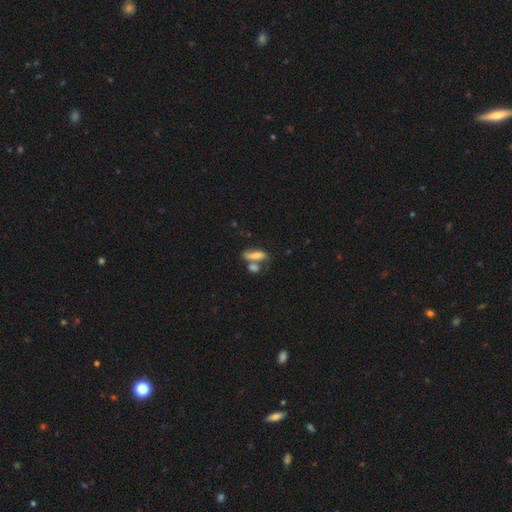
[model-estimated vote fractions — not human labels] Smooth or featured: smooth — 70% (featured or disk — 20%)
How rounded: in between — 53% (cigar-shaped — 42%)
Merging: none — 42% (merger — 39%)